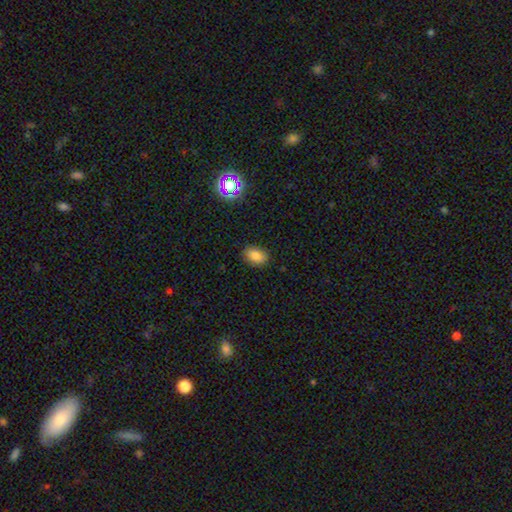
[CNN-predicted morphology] The model was most divided on "how rounded": in between: 77%, round: 22%, cigar-shaped: 1%. More confident: merging — none (85%); smooth or featured — smooth (80%).